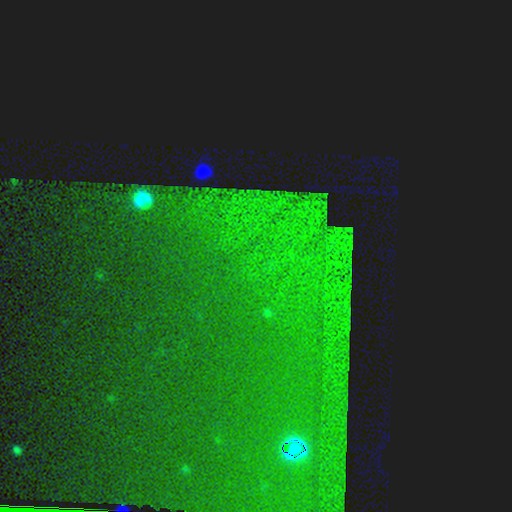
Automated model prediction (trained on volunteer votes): Smooth or featured?
  - star or artifact: 87% *
  - smooth: 7%
  - featured or disk: 7%